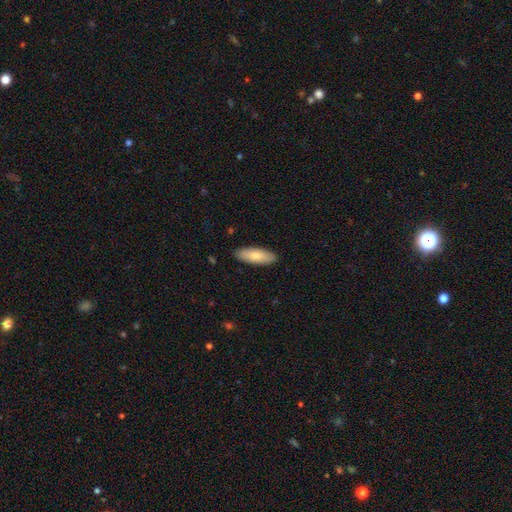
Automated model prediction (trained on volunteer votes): Smooth or featured: smooth — 81% (featured or disk — 14%)
How rounded: in between — 70% (cigar-shaped — 28%)
Merging: none — 89% (minor disturbance — 8%)